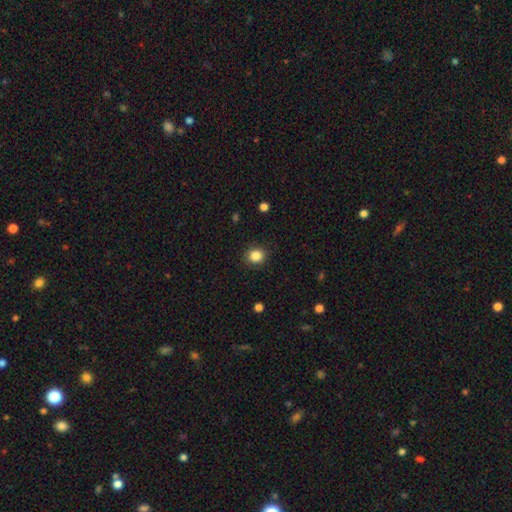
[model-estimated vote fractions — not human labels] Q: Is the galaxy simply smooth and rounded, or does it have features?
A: smooth — 85%.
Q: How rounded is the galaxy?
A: round — 81%.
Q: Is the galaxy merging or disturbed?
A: none — 89%.